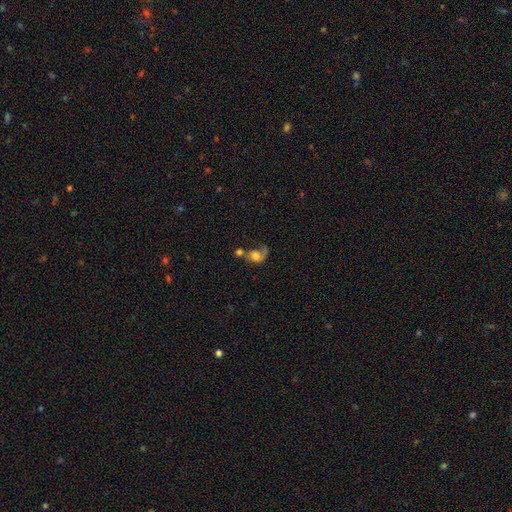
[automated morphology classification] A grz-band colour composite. It shows a smooth galaxy with no disk features (46%). Merging: merger (33%).